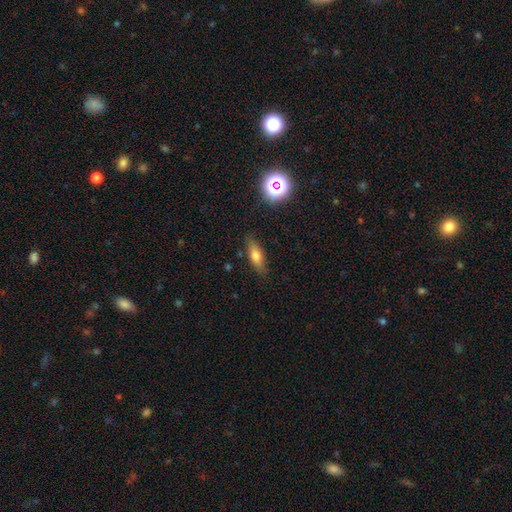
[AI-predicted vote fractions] smooth_or_featured: smooth (p=0.68) [alt: featured or disk p=0.22]
how_rounded: in between (p=0.56) [alt: cigar-shaped p=0.41]
merging: none (p=0.83) [alt: minor disturbance p=0.12]